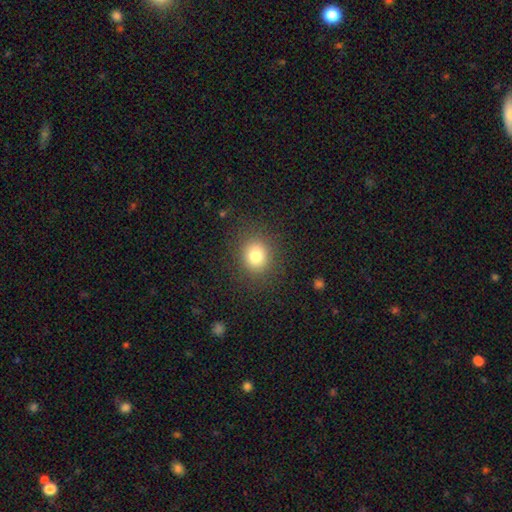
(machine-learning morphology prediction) Smooth or featured: smooth — 79% (star or artifact — 13%)
How rounded: round — 80% (in between — 19%)
Merging: none — 88% (minor disturbance — 8%)